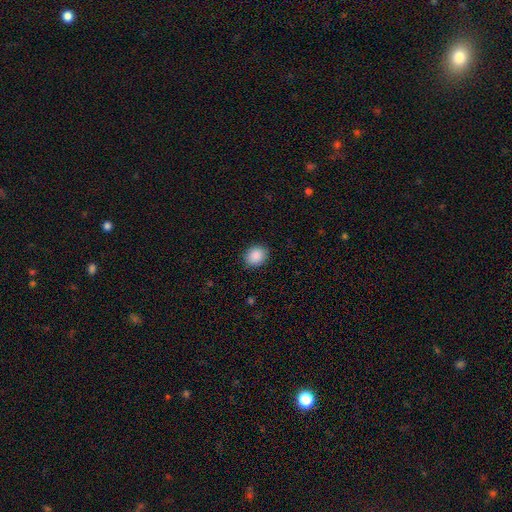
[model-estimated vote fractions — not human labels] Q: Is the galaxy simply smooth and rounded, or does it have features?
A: smooth — 88%.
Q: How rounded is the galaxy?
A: round — 64%.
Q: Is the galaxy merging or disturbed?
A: none — 89%.